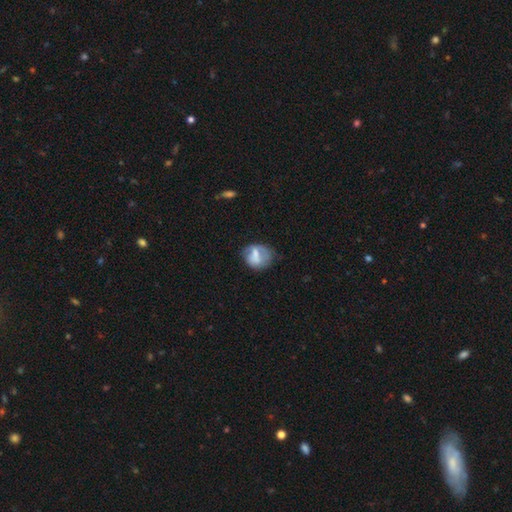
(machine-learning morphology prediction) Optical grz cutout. It shows a smooth galaxy with no disk features (57%) that is round (54%). Merging: none (47%).